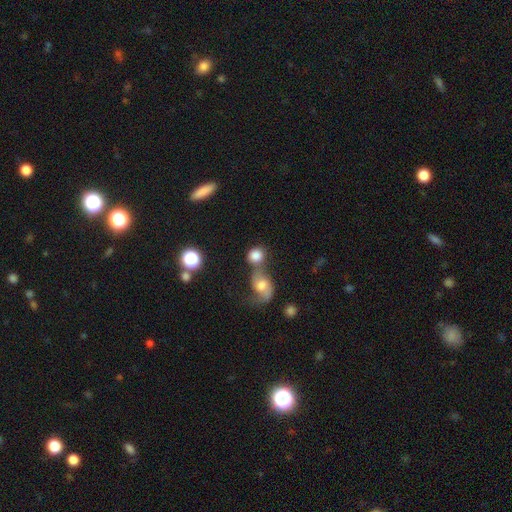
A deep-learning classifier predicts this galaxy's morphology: This is likely a smooth galaxy (75%). How rounded: likely round (73%). Merging: possibly merger (49%).